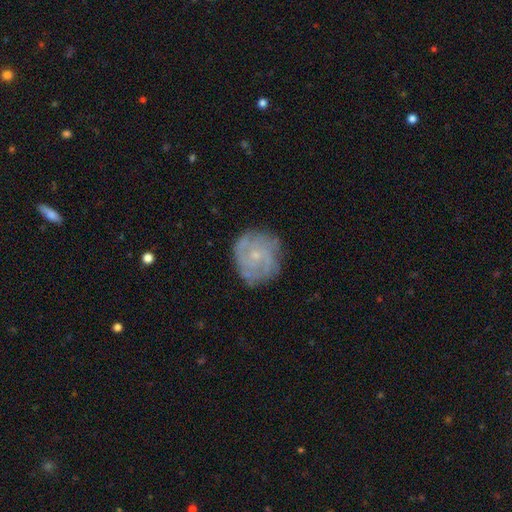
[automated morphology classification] The model was most divided on "spiral arm count": can't tell: 35%, 3: 21%, 2: 17%, 4: 15%, more than 4: 6%, 1: 6%. More confident: edge-on disk — no (98%); spiral arms — yes (90%); bar — no (80%); bulge size — small (78%); merging — none (77%); smooth or featured — featured or disk (75%); spiral winding — tight (60%).